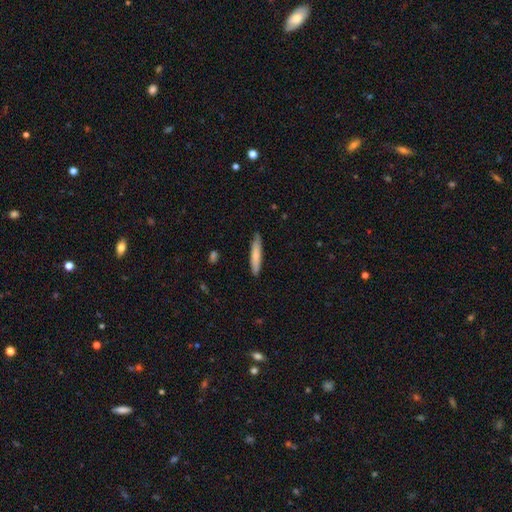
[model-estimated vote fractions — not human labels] Smooth or featured?
  - smooth: 73% *
  - featured or disk: 21%
  - star or artifact: 5%
How rounded?
  - cigar-shaped: 90% *
  - in between: 8%
  - round: 1%
Merging?
  - none: 81% *
  - minor disturbance: 16%
  - major disturbance: 2%
  - merger: 1%